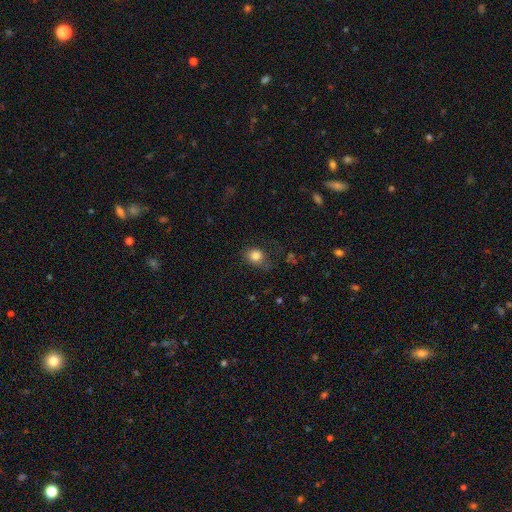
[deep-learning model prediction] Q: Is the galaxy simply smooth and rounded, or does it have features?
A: smooth — 82%.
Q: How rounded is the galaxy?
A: round — 60%.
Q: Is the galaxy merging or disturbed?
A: none — 66%.